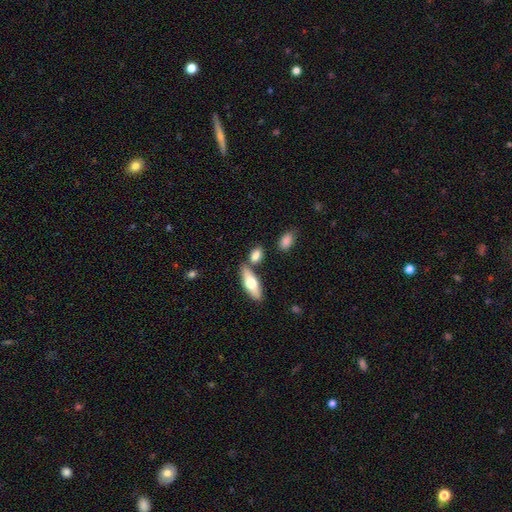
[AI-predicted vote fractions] This is likely a smooth galaxy (75%). How rounded: likely in between (72%). Merging: likely none (65%).